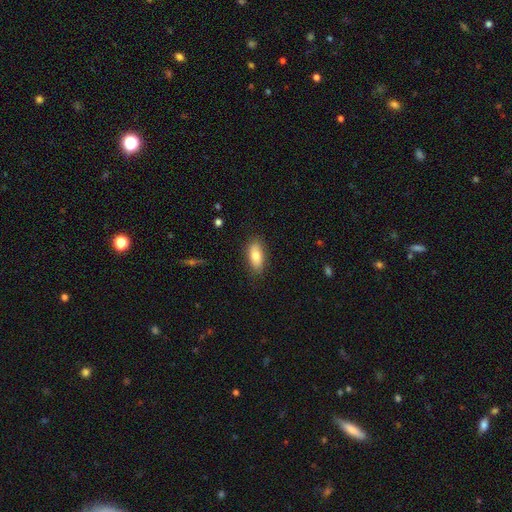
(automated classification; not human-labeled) Smooth or featured? smooth (78%)
How rounded? in between (86%)
Merging? none (85%)